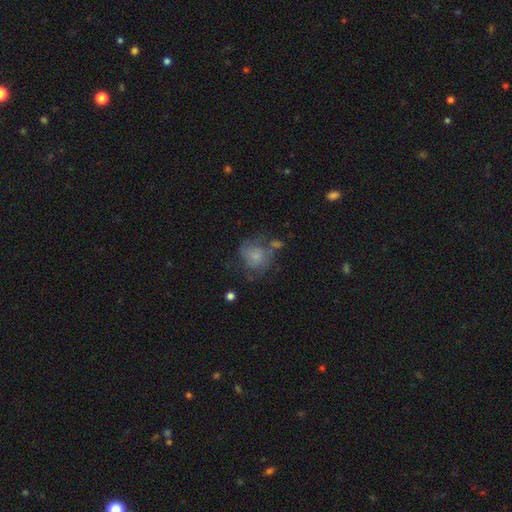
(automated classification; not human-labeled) A smooth galaxy with no disk features (56%) that is round (71%). Merging: none (37%).